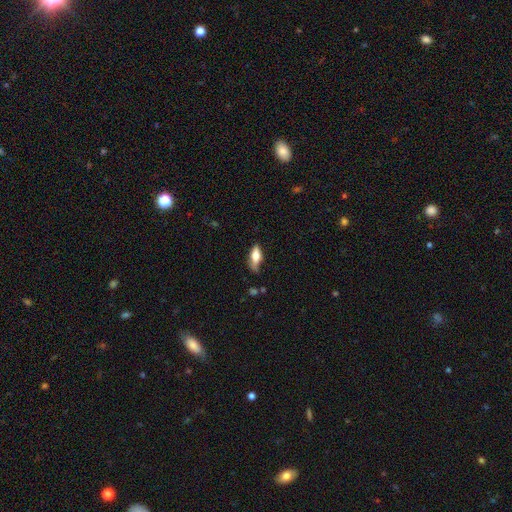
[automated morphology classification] Smooth or featured? smooth (61%)
How rounded? in between (73%)
Merging? none (57%)